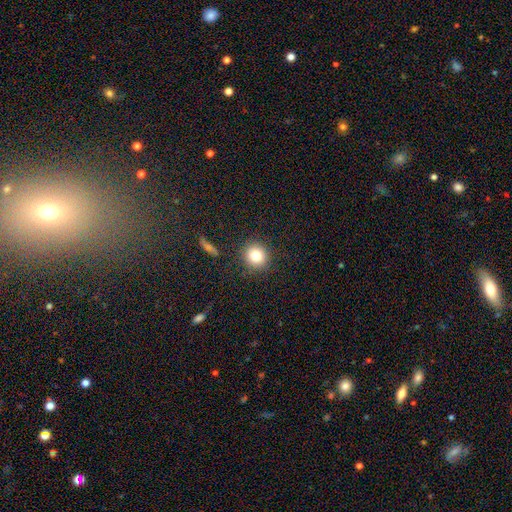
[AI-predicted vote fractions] Smooth or featured? Predicted: smooth (p=0.81). How rounded? Predicted: round (p=0.90). Merging? Predicted: none (p=0.89).